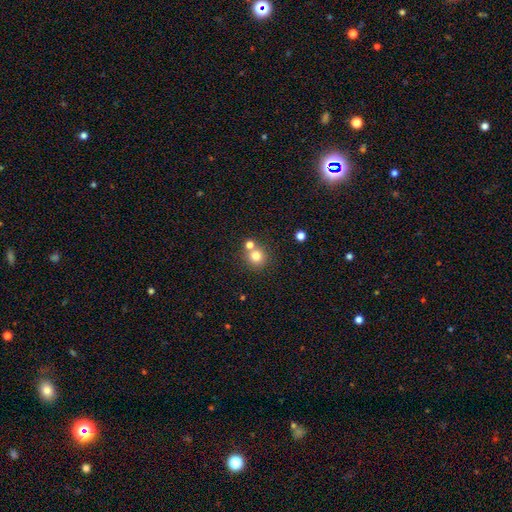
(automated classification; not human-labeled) This is likely a smooth galaxy (78%). How rounded: clearly round (90%). Merging: likely none (62%).